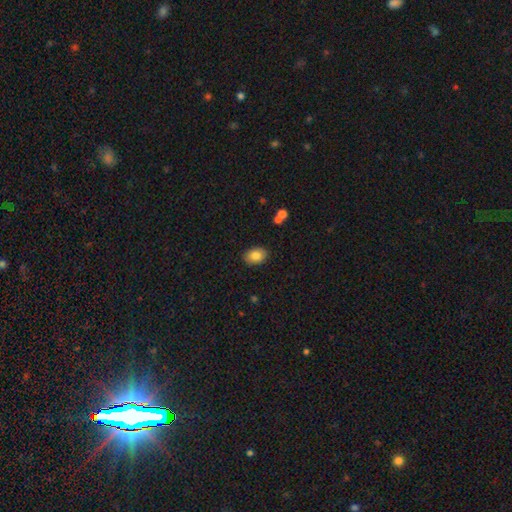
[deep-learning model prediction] smooth 82%, featured or disk 10%, star or artifact 8%. Down the decision tree: how rounded — in between (81%); merging — none (88%).